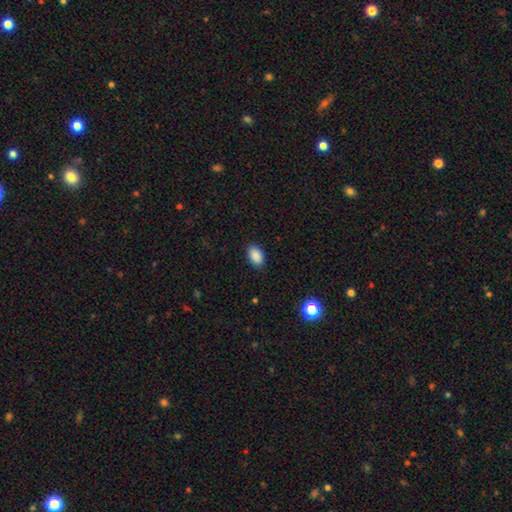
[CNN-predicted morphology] Smooth or featured: smooth — 89% (star or artifact — 8%)
How rounded: in between — 91% (round — 8%)
Merging: none — 88% (minor disturbance — 9%)